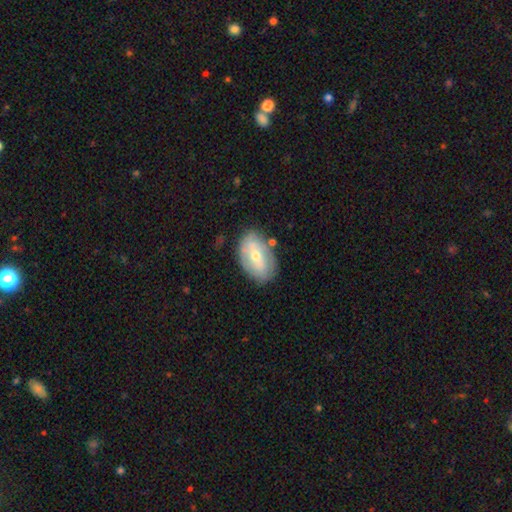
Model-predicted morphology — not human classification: This is possibly a featured or disk galaxy (51%). It is clearly not viewed edge-on (91%). Merging: likely none (74%).